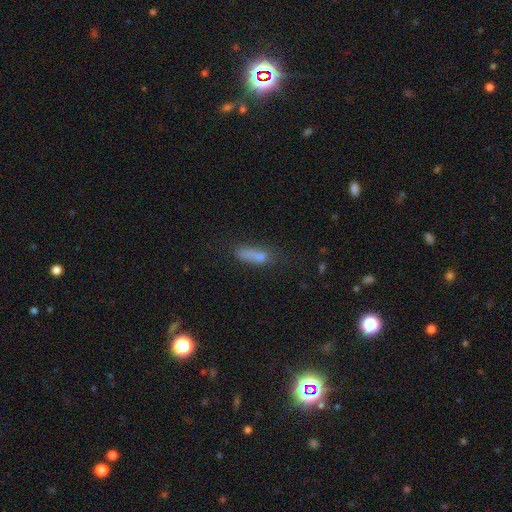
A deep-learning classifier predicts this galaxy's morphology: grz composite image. It shows a smooth galaxy with no disk features (71%) that is in between round and cigar-shaped (50%). Merging: none (42%).